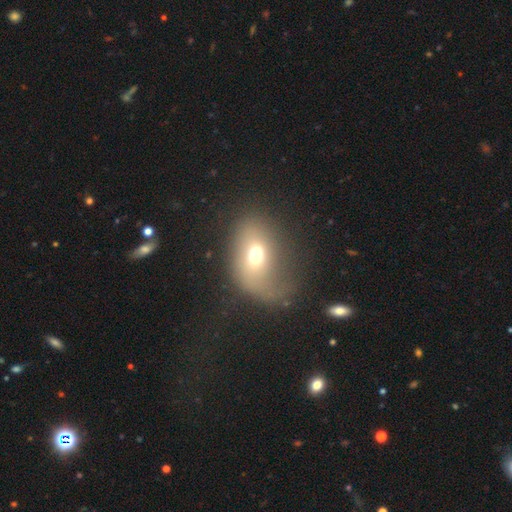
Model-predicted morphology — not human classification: Smooth or featured? Predicted: smooth (p=0.61). How rounded? Predicted: in between (p=0.71). Merging? Predicted: none (p=0.40).